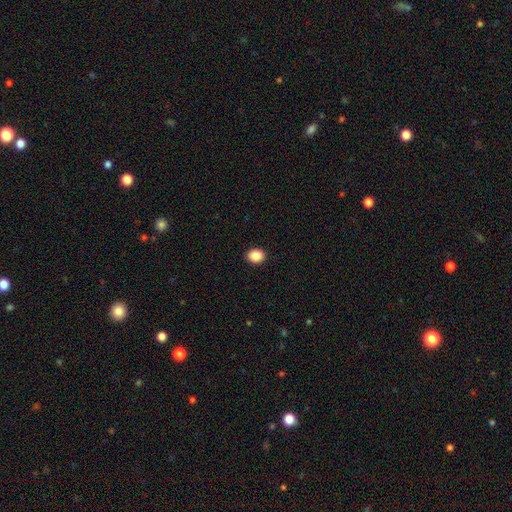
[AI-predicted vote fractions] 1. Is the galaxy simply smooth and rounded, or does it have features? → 88% smooth, 9% star or artifact, 3% featured or disk.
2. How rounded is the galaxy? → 50% round, 49% in between, 1% cigar-shaped.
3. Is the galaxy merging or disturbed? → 92% none, 6% minor disturbance, 2% major disturbance, 1% merger.